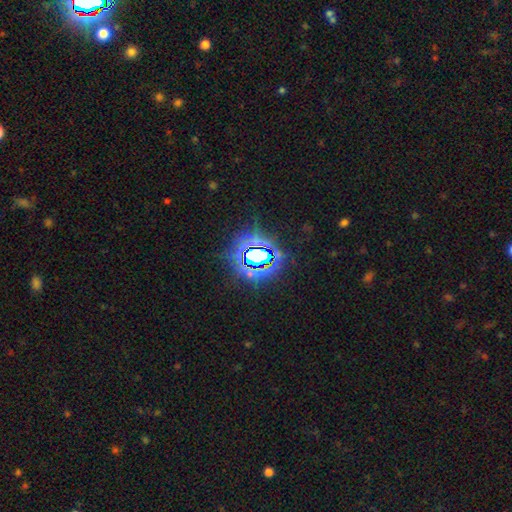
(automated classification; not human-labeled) star or artifact 76%, smooth 13%, featured or disk 10%.